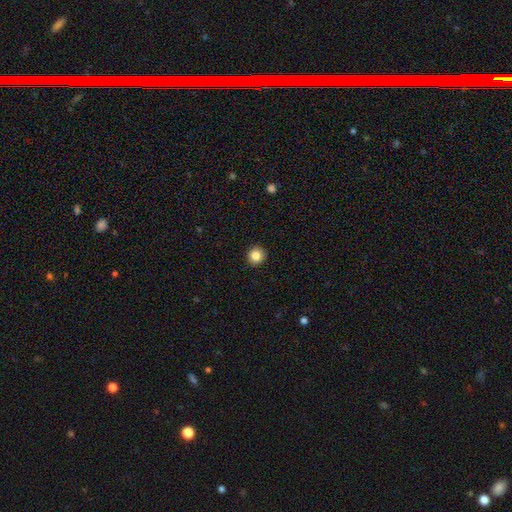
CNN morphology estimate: smooth 84%, star or artifact 10%, featured or disk 6%. Down the decision tree: how rounded — round (92%); merging — none (93%).